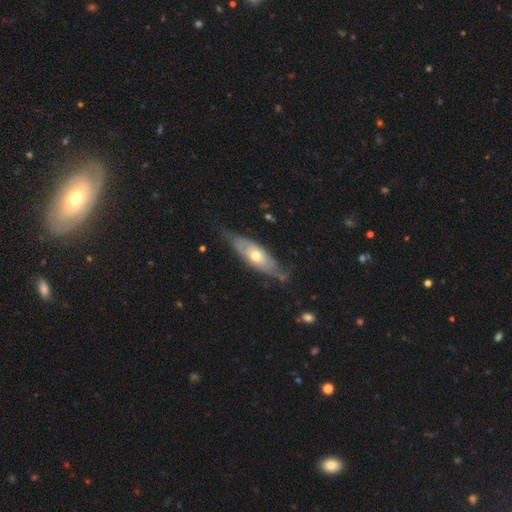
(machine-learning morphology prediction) Smooth or featured? Predicted: featured or disk (p=0.58). Edge-on disk? Predicted: no (p=0.62). Merging? Predicted: none (p=0.65).